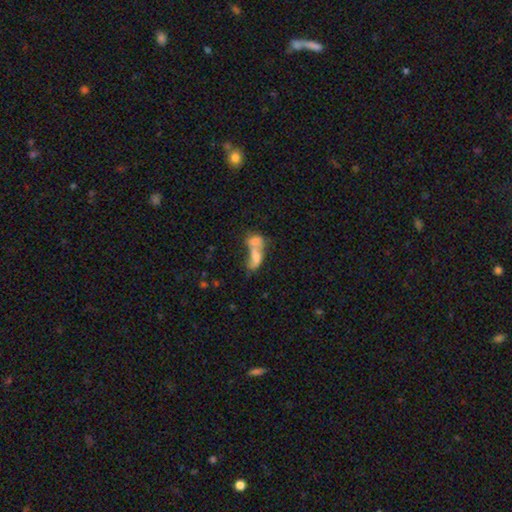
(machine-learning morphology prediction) Smooth or featured? Predicted: smooth (p=0.60). How rounded? Predicted: in between (p=0.81). Merging? Predicted: merger (p=0.76).